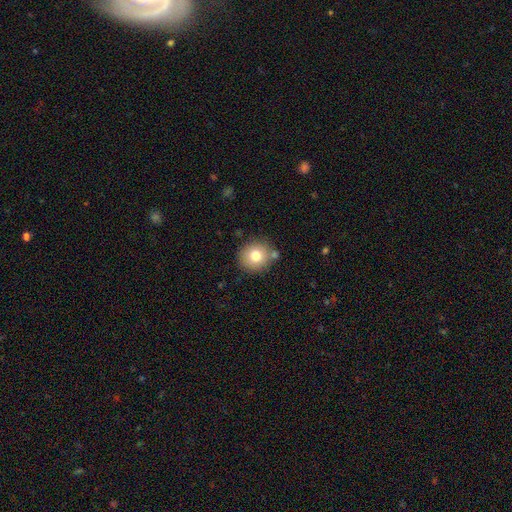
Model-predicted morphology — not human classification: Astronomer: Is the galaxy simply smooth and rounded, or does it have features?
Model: smooth — 77%.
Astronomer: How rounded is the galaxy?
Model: round — 88%.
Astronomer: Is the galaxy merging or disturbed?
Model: none — 79%.